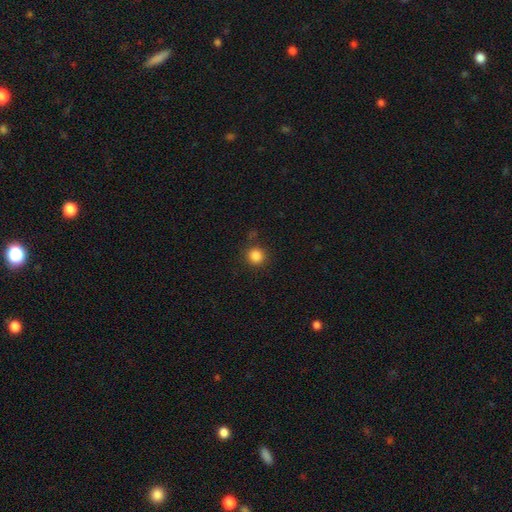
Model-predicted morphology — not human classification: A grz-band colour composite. It shows a smooth galaxy with no disk features (85%) that is round (92%). Merging: none (84%).